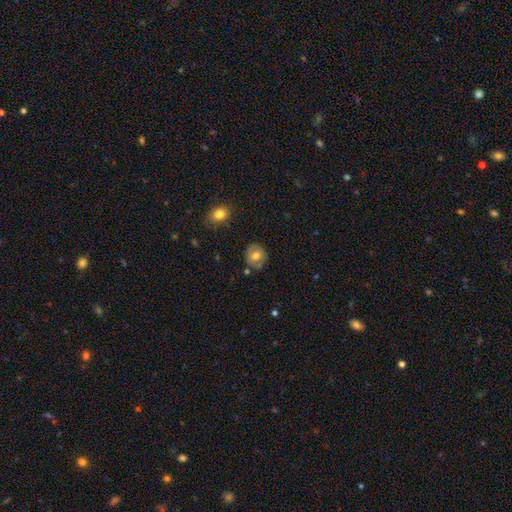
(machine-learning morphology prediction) type=smooth (62%); roundness=round (79%); merging=none (81%).